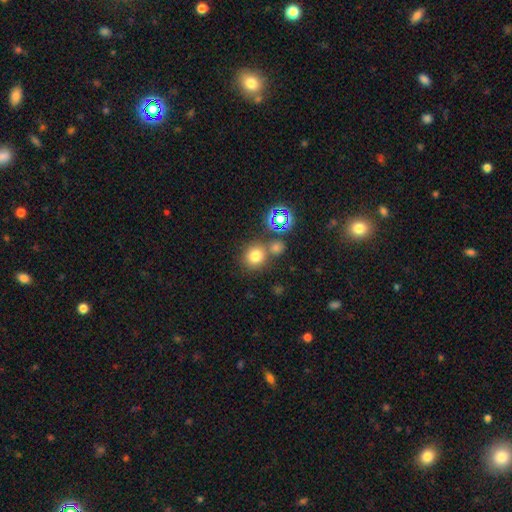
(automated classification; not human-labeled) The model was most divided on "merging": none: 67%, merger: 21%, minor disturbance: 9%, major disturbance: 3%. More confident: how rounded — round (86%); smooth or featured — smooth (74%).